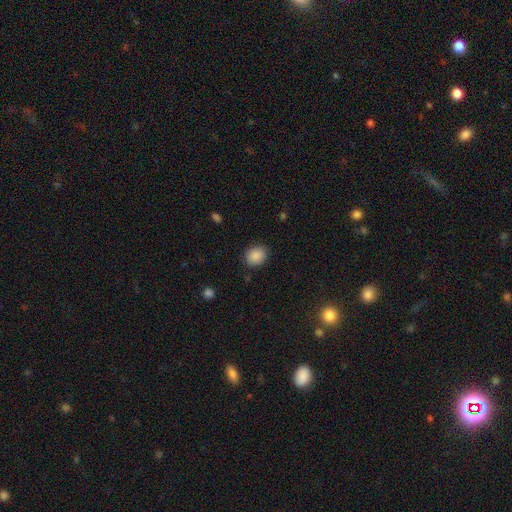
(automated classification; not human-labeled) smooth_or_featured: smooth (p=0.88) [alt: star or artifact p=0.08]
how_rounded: round (p=0.55) [alt: in between p=0.44]
merging: none (p=0.86) [alt: minor disturbance p=0.10]